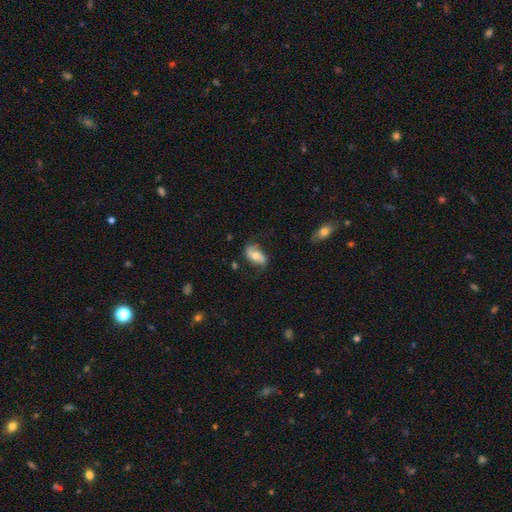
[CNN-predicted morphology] Overall: featured or disk (50%; smooth 43%). Edge-on disk: no (90%). Merging: none (64%).